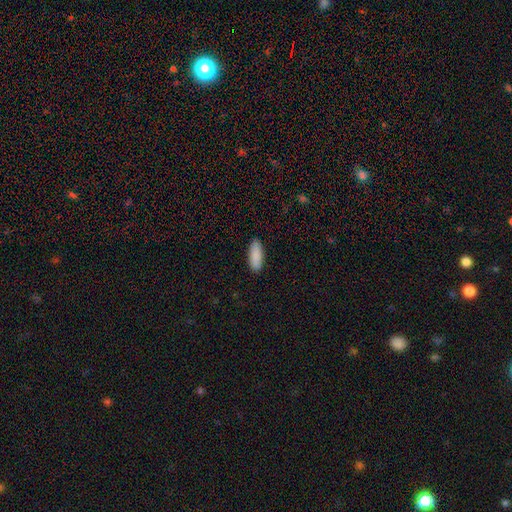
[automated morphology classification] Overall: smooth (90%). How rounded: in between (74%). Merging: none (90%).